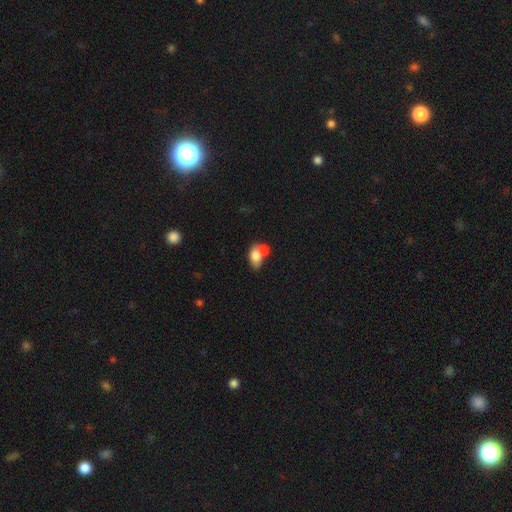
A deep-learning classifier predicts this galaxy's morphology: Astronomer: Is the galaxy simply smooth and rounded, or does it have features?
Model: smooth — 74%.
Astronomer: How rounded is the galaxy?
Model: in between — 83%.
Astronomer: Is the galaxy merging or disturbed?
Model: merger — 55%.